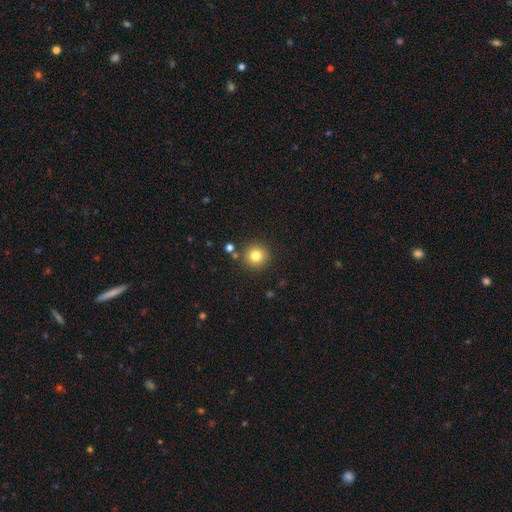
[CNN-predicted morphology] smooth_or_featured: smooth (p=0.80) [alt: star or artifact p=0.13]
how_rounded: round (p=0.95) [alt: in between p=0.04]
merging: none (p=0.87) [alt: minor disturbance p=0.07]